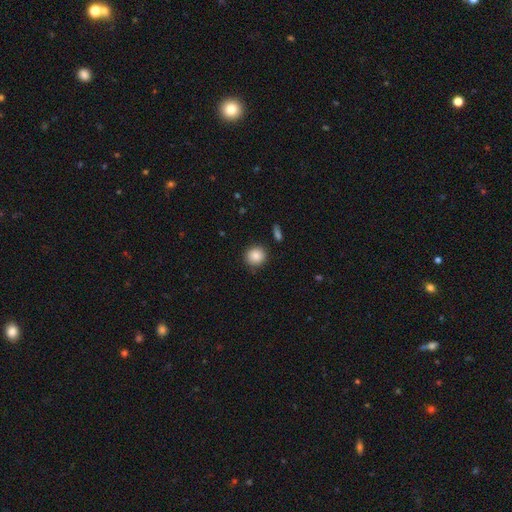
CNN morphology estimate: A smooth galaxy with no disk features (87%) that is round (88%). Merging: none (87%).